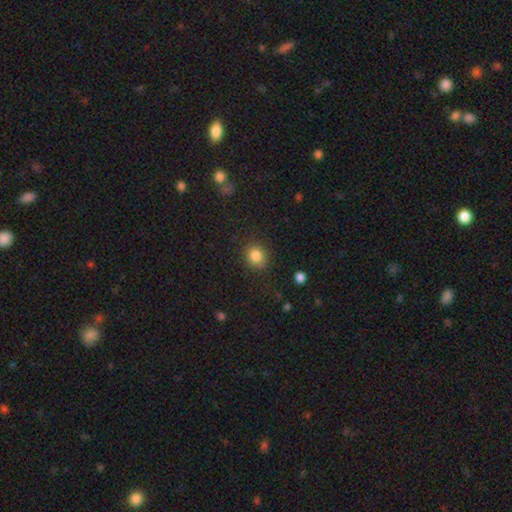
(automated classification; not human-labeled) Smooth or featured: smooth — 84% (star or artifact — 11%)
How rounded: round — 74% (in between — 25%)
Merging: none — 83% (minor disturbance — 12%)